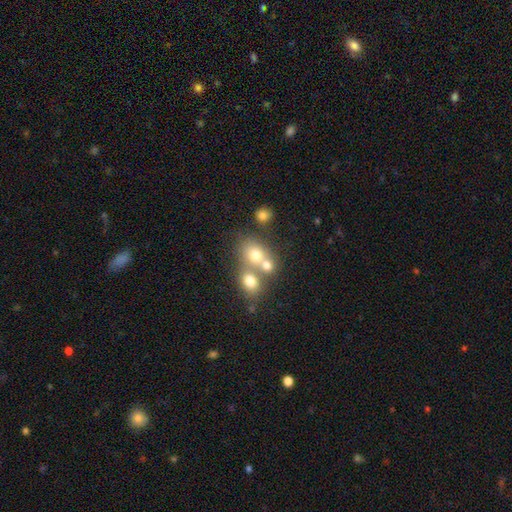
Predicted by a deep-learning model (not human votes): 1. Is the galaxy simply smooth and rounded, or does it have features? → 66% smooth, 20% featured or disk, 14% star or artifact.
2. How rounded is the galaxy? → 63% round, 36% in between, 1% cigar-shaped.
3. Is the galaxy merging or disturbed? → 55% merger, 33% none, 7% minor disturbance, 4% major disturbance.